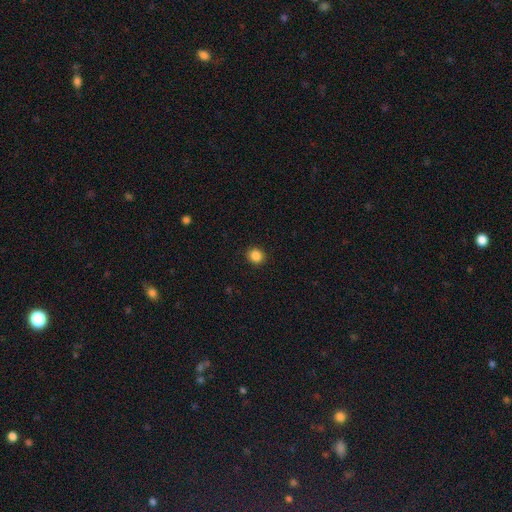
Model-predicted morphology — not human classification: Smooth or featured: smooth — 87% (star or artifact — 10%)
How rounded: round — 84% (in between — 15%)
Merging: none — 91% (minor disturbance — 6%)